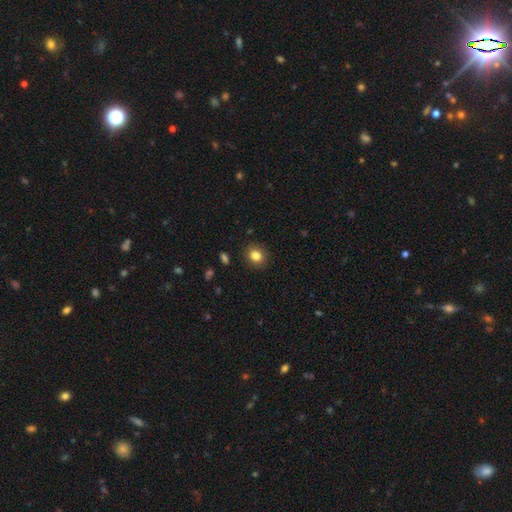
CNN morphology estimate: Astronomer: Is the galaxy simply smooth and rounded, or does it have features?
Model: smooth — 83%.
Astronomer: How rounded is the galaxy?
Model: round — 70%.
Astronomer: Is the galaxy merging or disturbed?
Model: none — 89%.